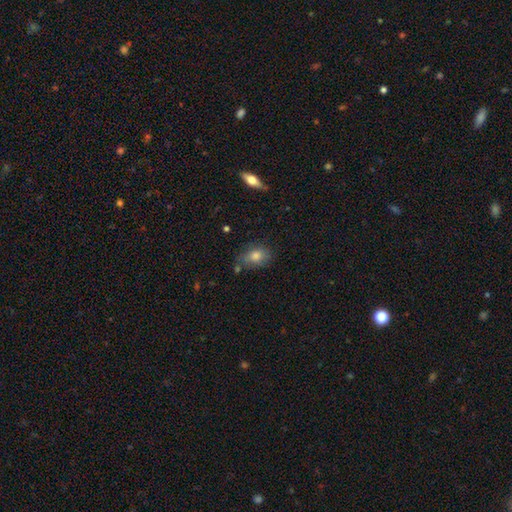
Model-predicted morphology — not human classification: Smooth or featured: smooth — 78% (featured or disk — 13%)
How rounded: in between — 77% (round — 21%)
Merging: none — 69% (minor disturbance — 22%)